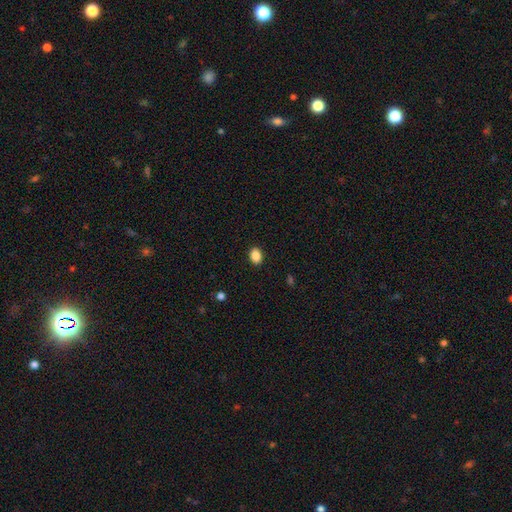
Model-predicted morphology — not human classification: smooth_or_featured: smooth (p=0.88) [alt: star or artifact p=0.09]
how_rounded: in between (p=0.74) [alt: round p=0.25]
merging: none (p=0.90) [alt: minor disturbance p=0.07]